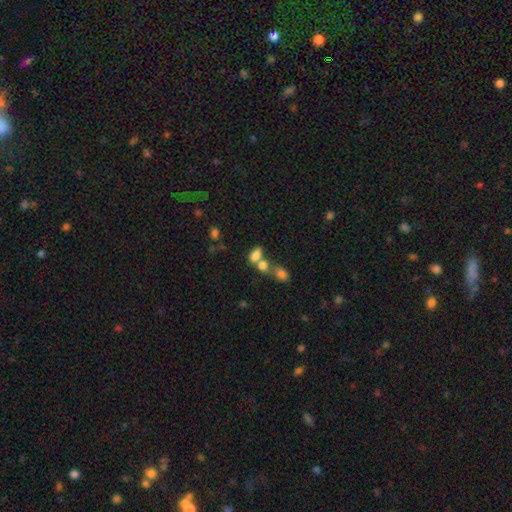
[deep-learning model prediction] Morphology: type=smooth (77%); roundness=in between (86%); merging=merger (51%).